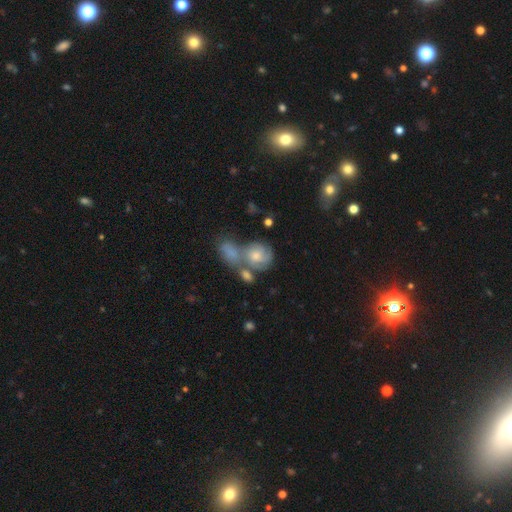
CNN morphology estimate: smooth_or_featured: featured or disk (p=0.50) [alt: smooth p=0.37]
merging: merger (p=0.43) [alt: none p=0.36]